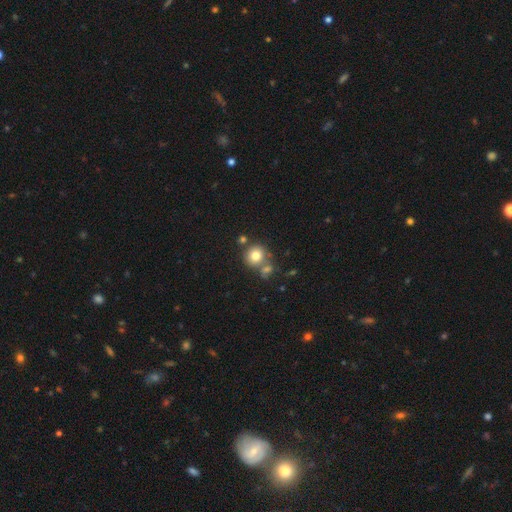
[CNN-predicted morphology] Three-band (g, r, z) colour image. It shows a smooth galaxy with no disk features (77%) that is round (86%). Merging: none (61%).